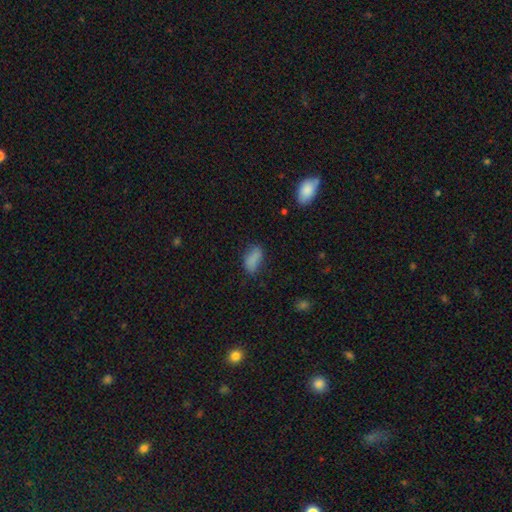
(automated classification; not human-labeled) A smooth galaxy with no disk features (82%) that is in between round and cigar-shaped (85%).

Vote fractions:
- Smooth or featured? smooth: 82% / star or artifact: 10% / featured or disk: 8%
- How rounded? in between: 85% / cigar-shaped: 11% / round: 4%
- Merging? none: 66% / minor disturbance: 23% / major disturbance: 7% / merger: 4%